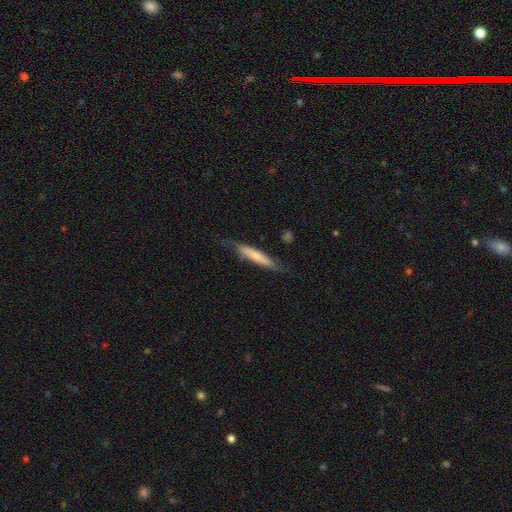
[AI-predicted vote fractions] A smooth galaxy with no disk features (54%) that is cigar-shaped (90%). Merging: none (67%).